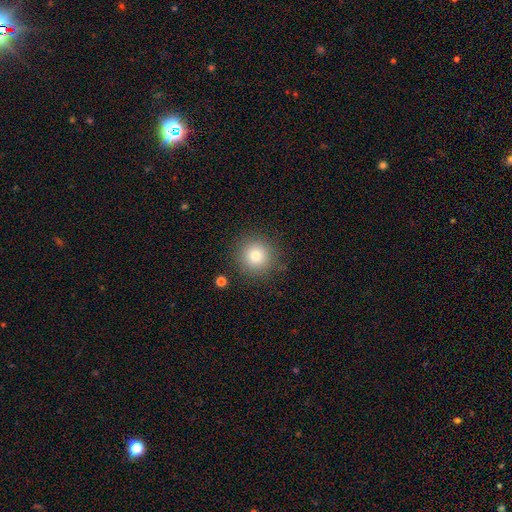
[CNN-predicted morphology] Overall: smooth (78%). How rounded: round (94%). Merging: none (87%).